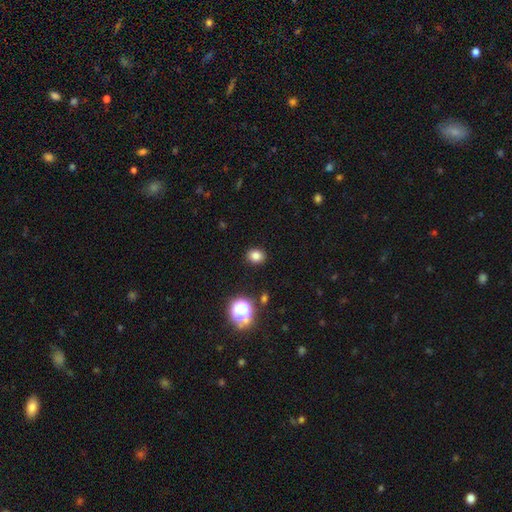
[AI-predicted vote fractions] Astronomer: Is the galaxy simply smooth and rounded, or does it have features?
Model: smooth — 80%.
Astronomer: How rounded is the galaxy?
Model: round — 58% (runner-up: in between, 41%).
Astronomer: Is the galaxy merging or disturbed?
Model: none — 89%.